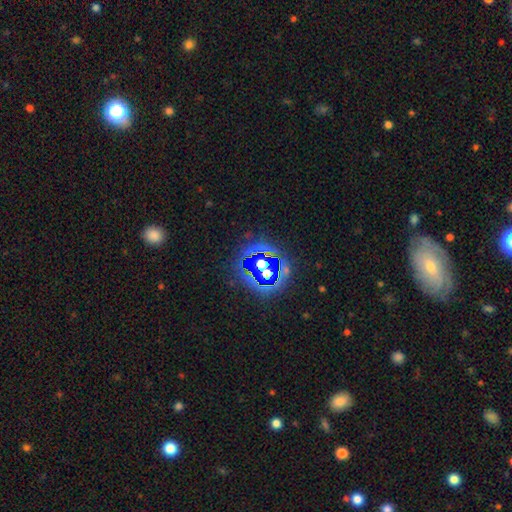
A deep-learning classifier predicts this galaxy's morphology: Smooth or featured: star or artifact — 77% (smooth — 14%)